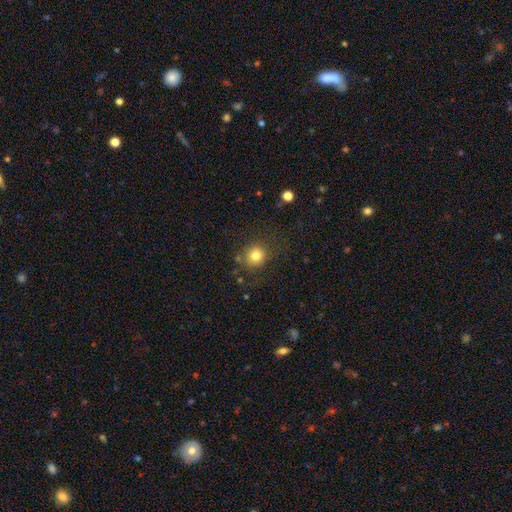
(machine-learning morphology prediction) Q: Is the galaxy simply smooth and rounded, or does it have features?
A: smooth — 80%.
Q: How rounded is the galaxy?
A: round — 87%.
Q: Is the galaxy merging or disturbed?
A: none — 79%.